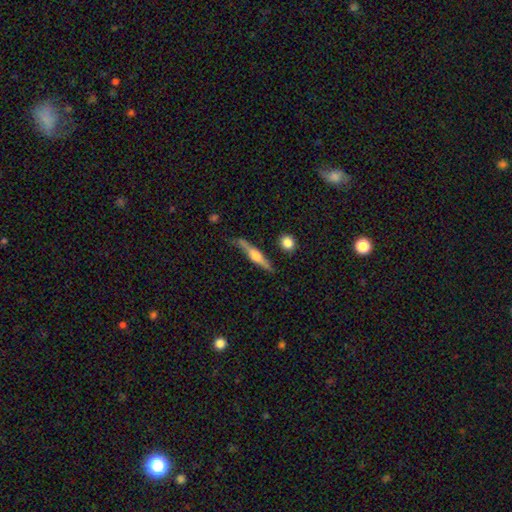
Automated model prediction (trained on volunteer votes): This appears to be a featured or disk galaxy (60%) viewed edge-on (94%) with a rounded central bulge (84%). Merging: none (71%).